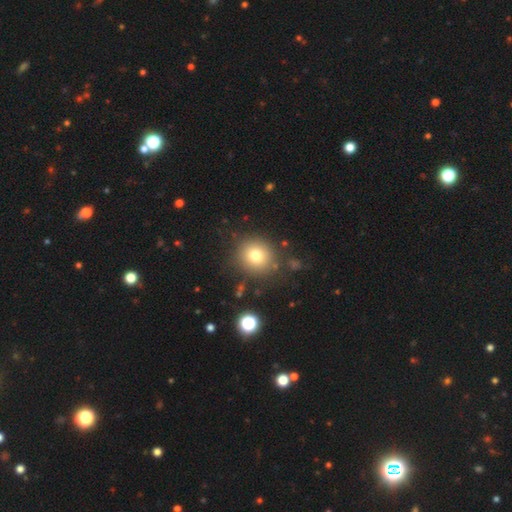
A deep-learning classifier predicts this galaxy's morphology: Q: Smooth or featured?
A: smooth (75%); runner-up: star or artifact (14%)
Q: How rounded?
A: round (89%); runner-up: in between (10%)
Q: Merging?
A: none (84%); runner-up: minor disturbance (9%)